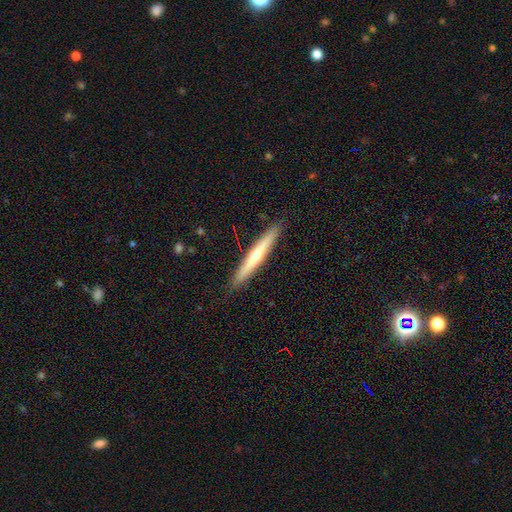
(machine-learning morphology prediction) Overall: featured or disk (54%; smooth 41%). Edge-on disk: yes (96%). Edge-on bulge: rounded (77%). Merging: none (91%).